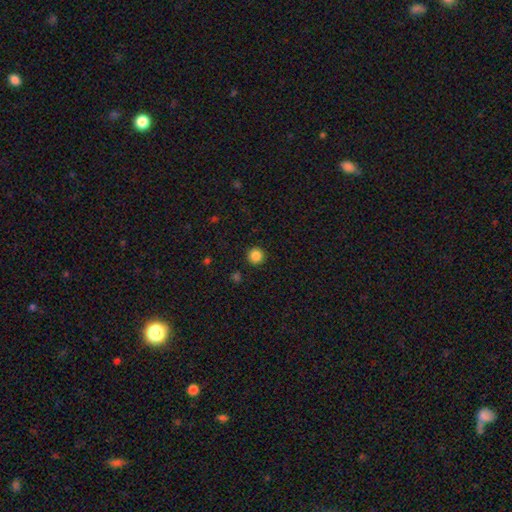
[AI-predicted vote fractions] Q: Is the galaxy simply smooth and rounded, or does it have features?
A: smooth — 85%.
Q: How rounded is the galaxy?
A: round — 96%.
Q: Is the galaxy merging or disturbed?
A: none — 92%.